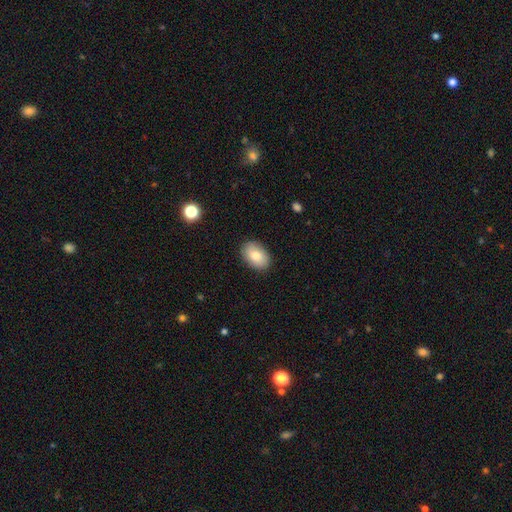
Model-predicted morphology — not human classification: Overall: smooth (83%). How rounded: in between (87%). Merging: none (88%).